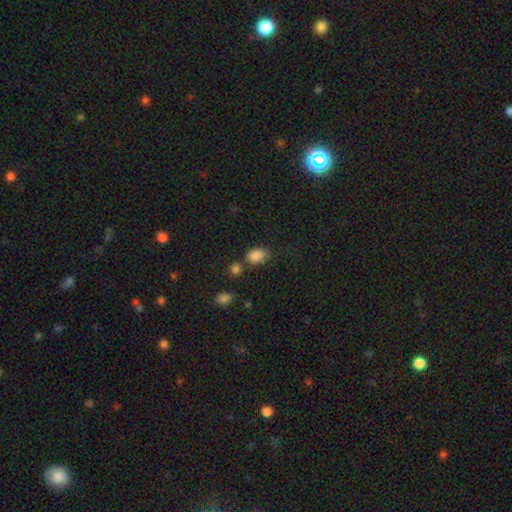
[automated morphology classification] A smooth galaxy with no disk features (86%) that is in between round and cigar-shaped (82%).

Vote fractions:
- Smooth or featured? smooth: 86% / star or artifact: 10% / featured or disk: 4%
- How rounded? in between: 82% / round: 17% / cigar-shaped: 1%
- Merging? none: 63% / minor disturbance: 18% / merger: 13% / major disturbance: 5%